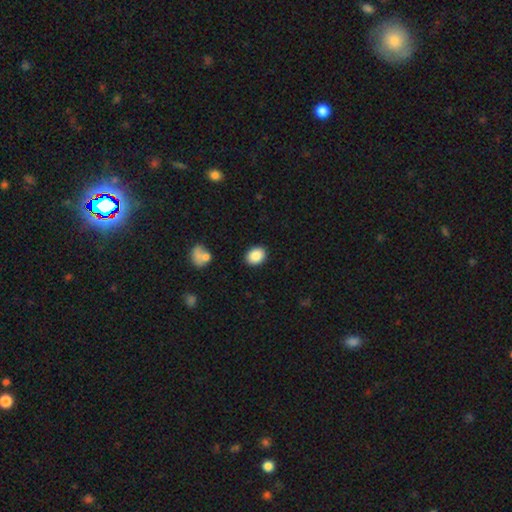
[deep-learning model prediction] smooth_or_featured: smooth (p=0.88) [alt: star or artifact p=0.08]
how_rounded: in between (p=0.56) [alt: round p=0.43]
merging: none (p=0.89) [alt: minor disturbance p=0.07]